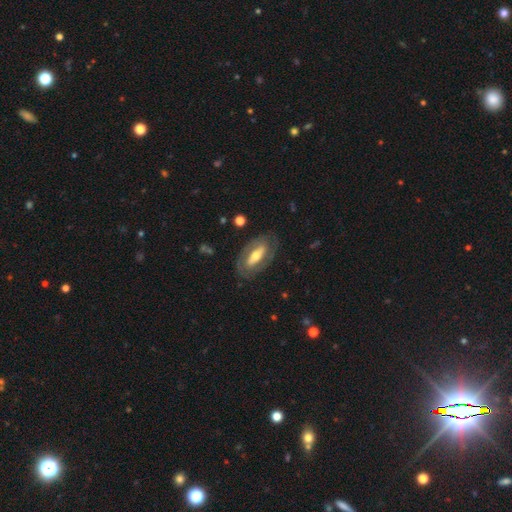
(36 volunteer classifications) Volunteers were most divided on "bar" (2-way tie): weak: 41%, no: 41%, strong: 18%. More confident: edge-on disk — no (74%); merging — none (72%); bulge size — moderate (71%); spiral arms — no (65%); smooth or featured — featured or disk (64%).